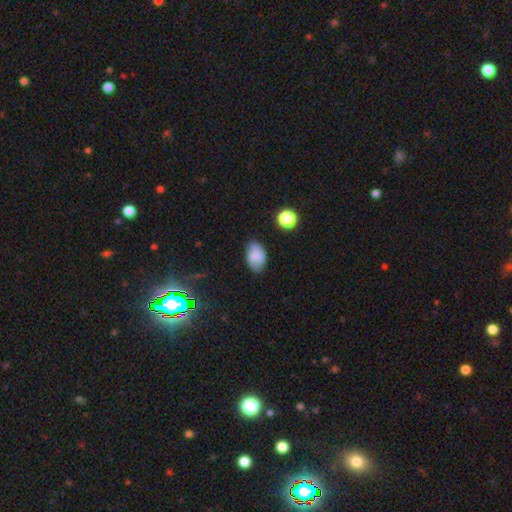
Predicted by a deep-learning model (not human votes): A smooth galaxy with no disk features (78%) that is in between round and cigar-shaped (88%). Merging: none (76%).